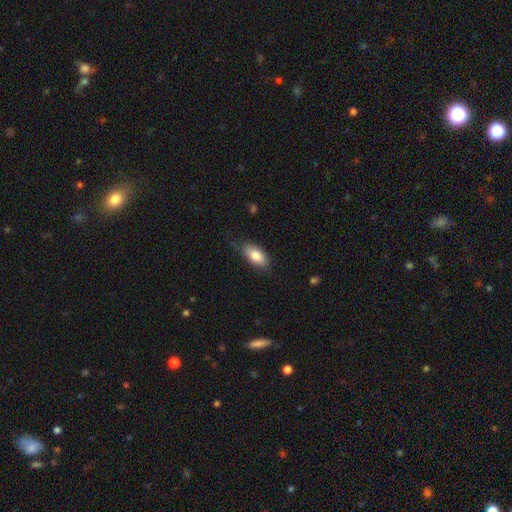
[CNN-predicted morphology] smooth_or_featured: smooth (p=0.81) [alt: featured or disk p=0.12]
how_rounded: in between (p=0.89) [alt: cigar-shaped p=0.07]
merging: none (p=0.75) [alt: minor disturbance p=0.20]